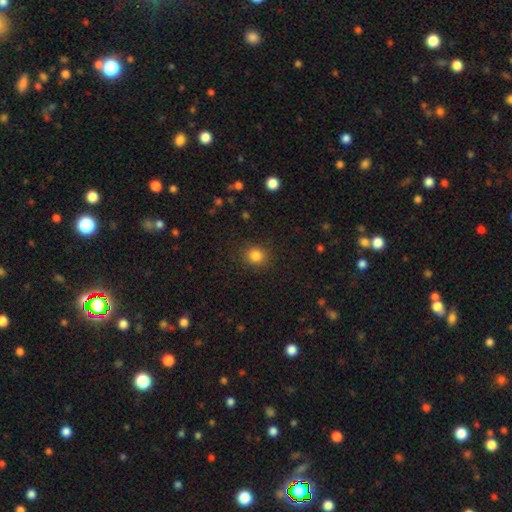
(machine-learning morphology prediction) Smooth or featured? smooth (84%)
How rounded? round (81%)
Merging? none (88%)